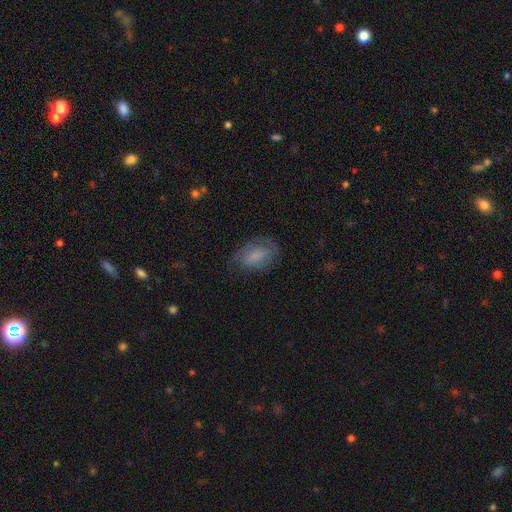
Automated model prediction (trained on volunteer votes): Smooth or featured? smooth (55%)
How rounded? in between (86%)
Merging? none (61%)